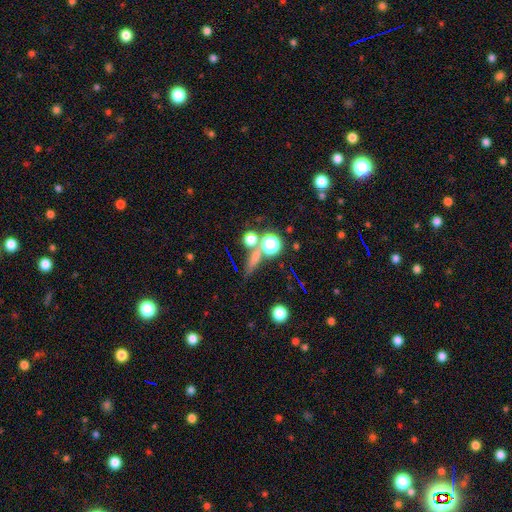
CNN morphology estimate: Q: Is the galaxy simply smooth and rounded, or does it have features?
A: smooth — 52%.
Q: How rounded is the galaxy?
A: round — 41%.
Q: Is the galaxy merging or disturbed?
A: none — 65%.